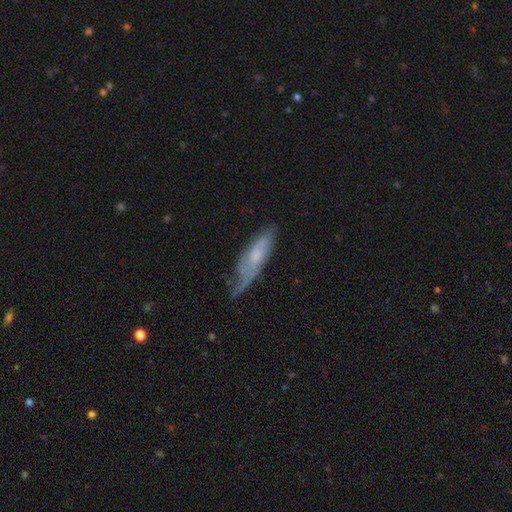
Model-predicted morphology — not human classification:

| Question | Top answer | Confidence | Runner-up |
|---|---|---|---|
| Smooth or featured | featured or disk | 55% | smooth (38%) |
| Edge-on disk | no | 66% | yes (34%) |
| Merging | none | 49% | minor disturbance (34%) |